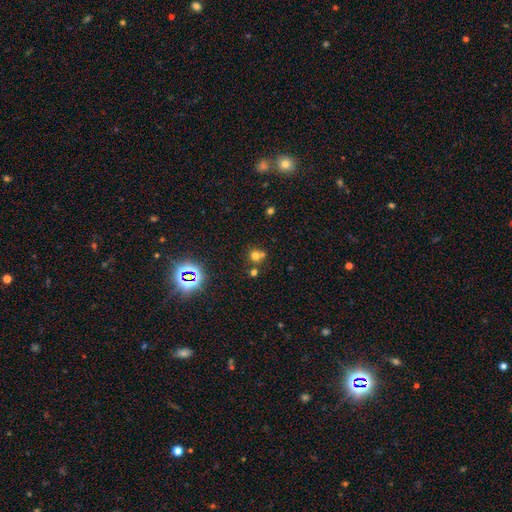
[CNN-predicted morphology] Smooth or featured? smooth (64%)
How rounded? round (86%)
Merging? none (51%)